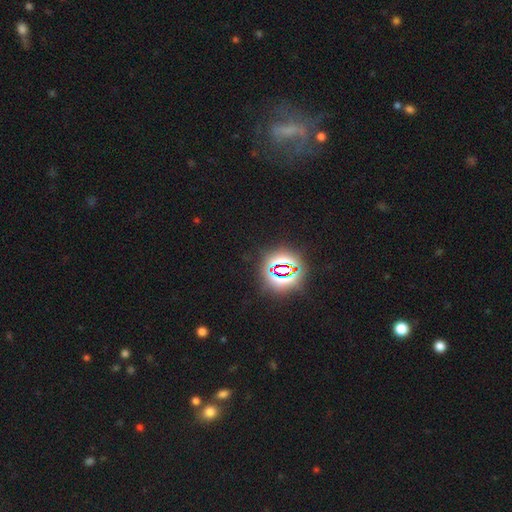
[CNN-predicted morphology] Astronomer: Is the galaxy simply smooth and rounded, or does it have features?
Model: star or artifact — 77%.